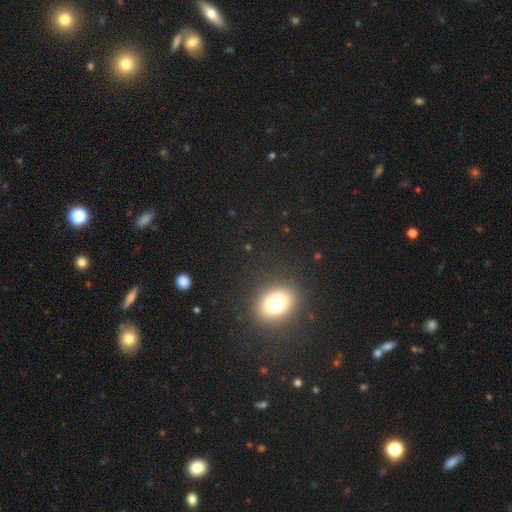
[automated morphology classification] The model was most divided on "how rounded": round: 61%, in between: 36%, cigar-shaped: 2%. More confident: merging — none (91%); smooth or featured — smooth (64%).